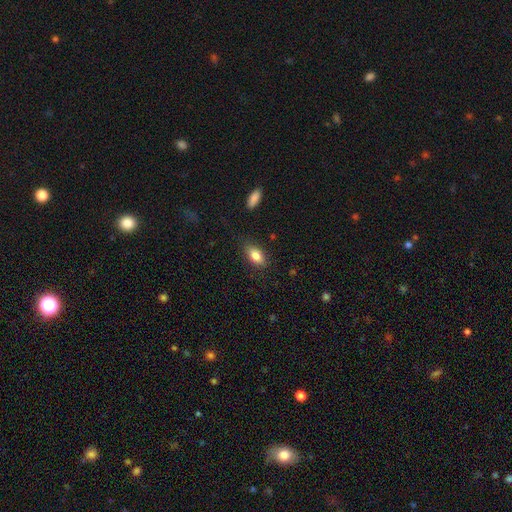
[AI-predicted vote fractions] Smooth or featured: smooth — 82% (featured or disk — 11%)
How rounded: in between — 87% (cigar-shaped — 7%)
Merging: none — 84% (minor disturbance — 12%)